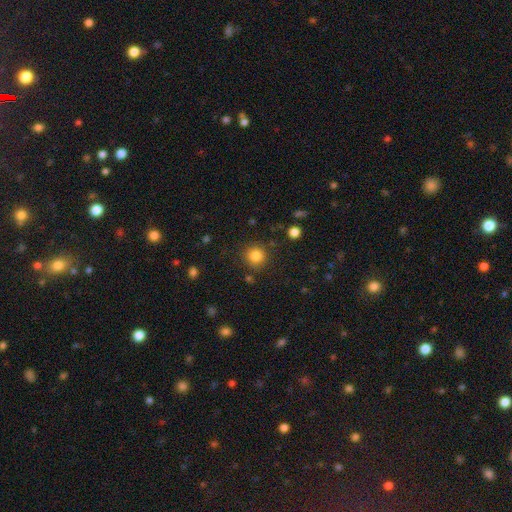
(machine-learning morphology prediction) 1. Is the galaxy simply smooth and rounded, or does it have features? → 83% smooth, 12% star or artifact, 5% featured or disk.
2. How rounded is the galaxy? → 92% round, 7% in between, 1% cigar-shaped.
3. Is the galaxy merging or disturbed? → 86% none, 8% minor disturbance, 3% major disturbance, 3% merger.